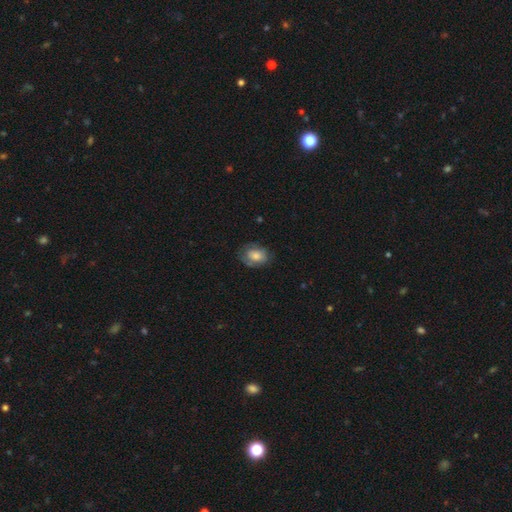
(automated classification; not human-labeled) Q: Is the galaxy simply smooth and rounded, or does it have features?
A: smooth — 71%.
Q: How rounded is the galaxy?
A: in between — 68%.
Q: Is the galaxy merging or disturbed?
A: none — 68%.